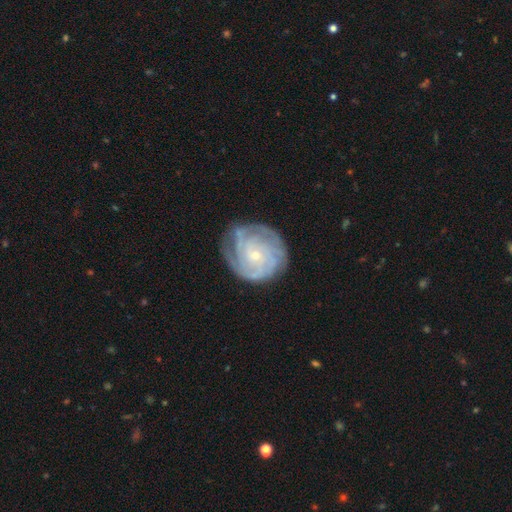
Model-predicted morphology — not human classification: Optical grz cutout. It shows a featured or disk galaxy (84%) with no bar (75%), tight (76%) spiral arms (96%) and a small central bulge (77%). Merging: none (74%).